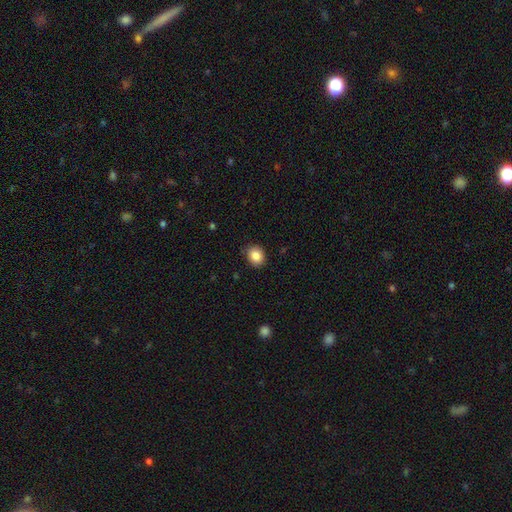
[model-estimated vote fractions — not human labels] smooth 86%, star or artifact 9%, featured or disk 5%. Down the decision tree: how rounded — round (65%); merging — none (86%).